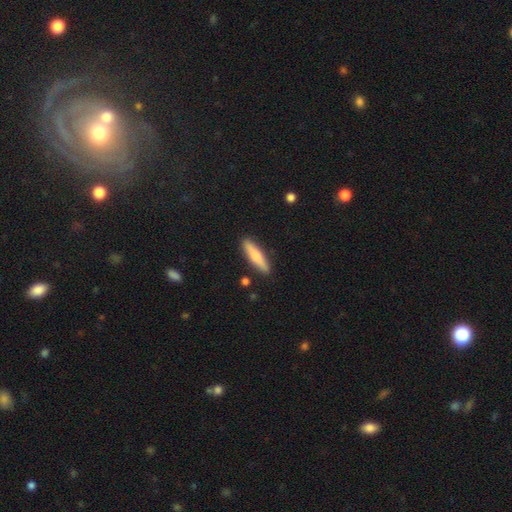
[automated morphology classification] The model was most divided on "smooth or featured": smooth: 66%, featured or disk: 28%, star or artifact: 5%. More confident: merging — none (89%); how rounded — cigar-shaped (81%).